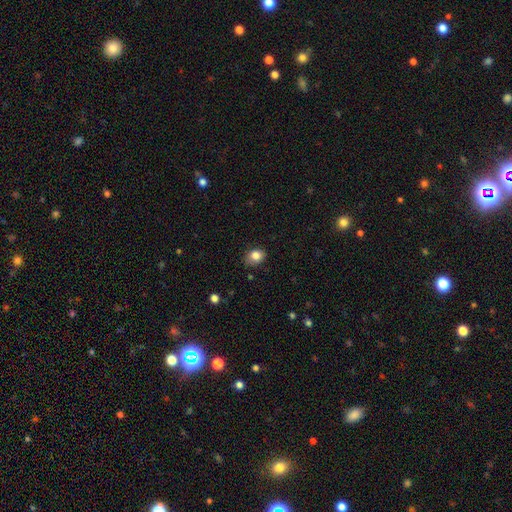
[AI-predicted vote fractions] A smooth galaxy with no disk features (83%) that is in between round and cigar-shaped (55%). Merging: none (76%).